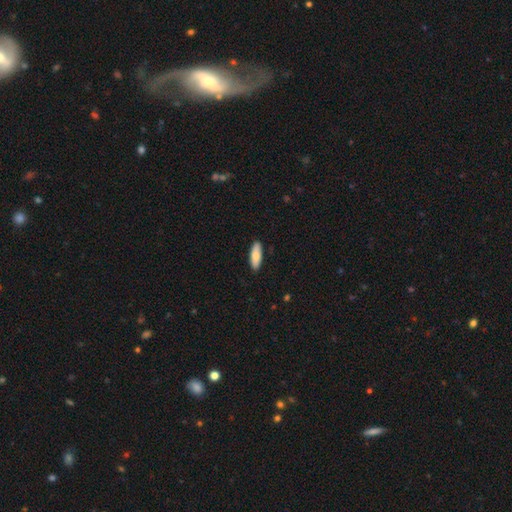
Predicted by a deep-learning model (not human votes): A smooth galaxy with no disk features (81%) that is in between round and cigar-shaped (62%). Merging: none (89%).